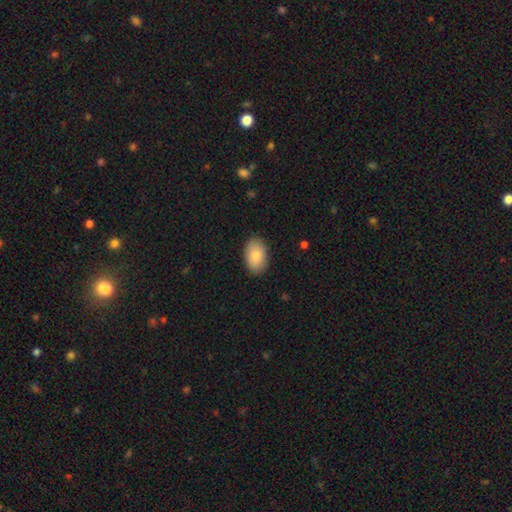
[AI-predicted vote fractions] Smooth or featured? Predicted: smooth (p=0.86). How rounded? Predicted: in between (p=0.92). Merging? Predicted: none (p=0.88).